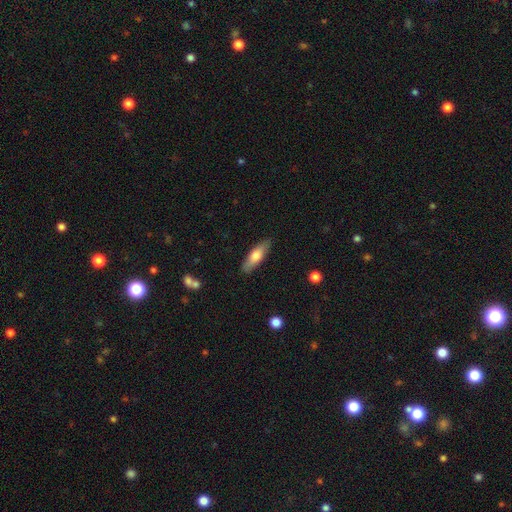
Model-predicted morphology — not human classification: This is likely a smooth galaxy (64%). How rounded: possibly cigar-shaped (54%). Merging: clearly none (86%).